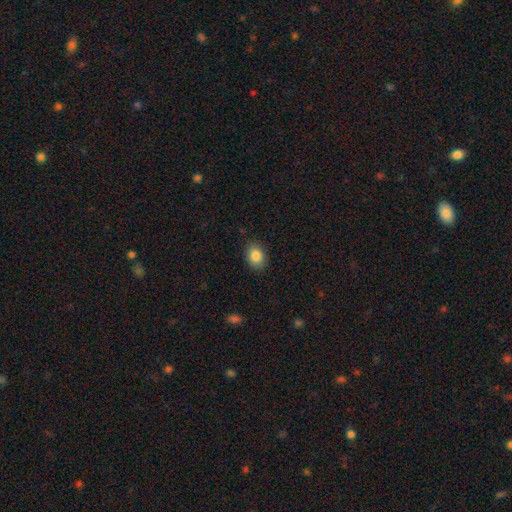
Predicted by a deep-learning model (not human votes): A smooth galaxy with no disk features (86%) that is in between round and cigar-shaped (65%). Merging: none (86%).